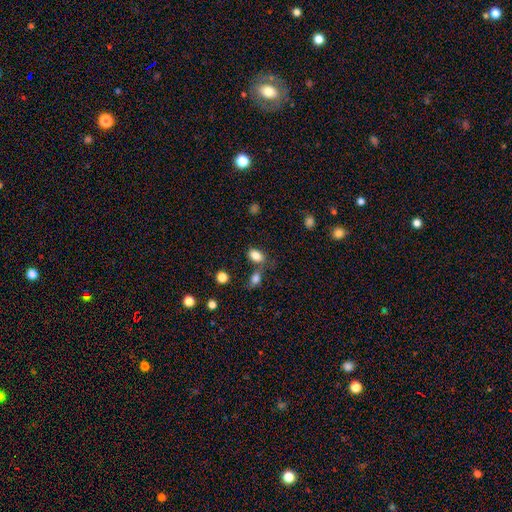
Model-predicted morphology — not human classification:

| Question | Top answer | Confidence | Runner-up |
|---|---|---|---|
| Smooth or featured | smooth | 84% | star or artifact (9%) |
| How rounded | in between | 86% | round (12%) |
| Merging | none | 63% | merger (20%) |